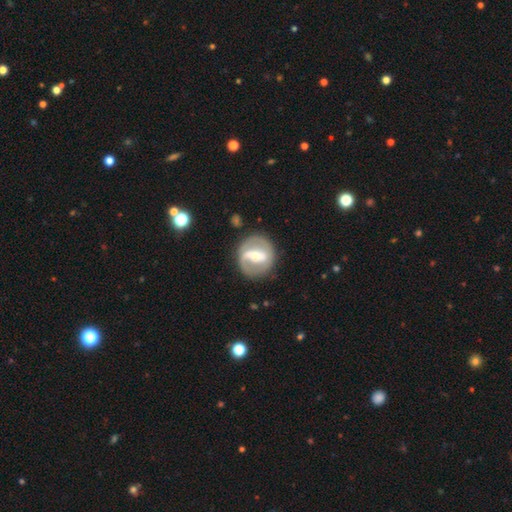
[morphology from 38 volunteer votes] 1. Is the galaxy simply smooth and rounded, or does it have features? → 84% featured or disk, 13% smooth, 3% star or artifact.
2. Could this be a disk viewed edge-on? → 88% no, 12% yes.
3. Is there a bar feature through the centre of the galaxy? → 54% strong, 32% no, 14% weak.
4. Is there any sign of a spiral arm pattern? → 61% yes, 39% no.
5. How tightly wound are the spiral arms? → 47% tight, 29% medium, 24% loose.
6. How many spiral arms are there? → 71% 2, 29% can't tell, 0% 1, 0% 3, 0% 4, 0% more than 4.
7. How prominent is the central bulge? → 54% moderate, 43% small, 4% large, 0% dominant, 0% none.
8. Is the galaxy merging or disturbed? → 89% none, 5% minor disturbance, 5% major disturbance, 0% merger.